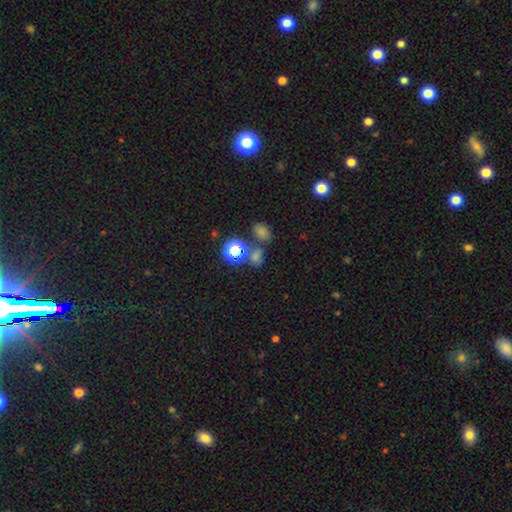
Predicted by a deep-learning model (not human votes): The model was most divided on "how rounded": round: 55%, in between: 43%, cigar-shaped: 2%. More confident: merging — none (57%); smooth or featured — smooth (53%).